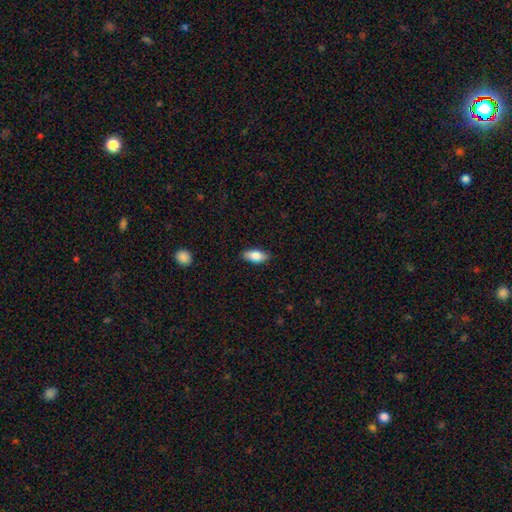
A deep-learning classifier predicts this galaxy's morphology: Smooth or featured: smooth — 83% (featured or disk — 11%)
How rounded: in between — 87% (cigar-shaped — 10%)
Merging: none — 86% (minor disturbance — 10%)